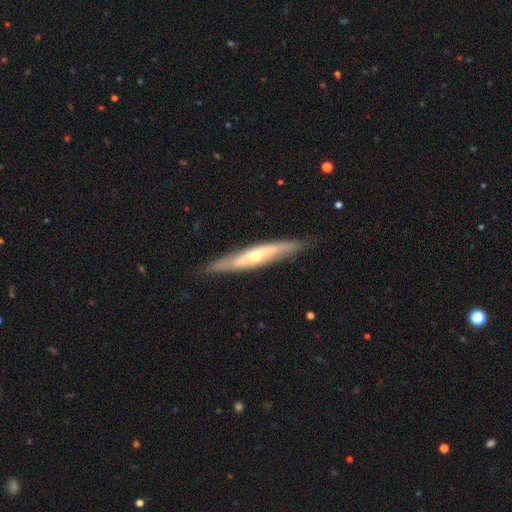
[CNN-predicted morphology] A featured or disk galaxy (65%) viewed edge-on (83%) with a rounded central bulge (78%).

Vote fractions:
- Smooth or featured? featured or disk: 65% / smooth: 30% / star or artifact: 5%
- Edge-on disk? yes: 83% / no: 17%
- Edge-on bulge? rounded: 78% / none: 18% / boxy: 4%
- Merging? none: 85% / minor disturbance: 12% / major disturbance: 2% / merger: 1%